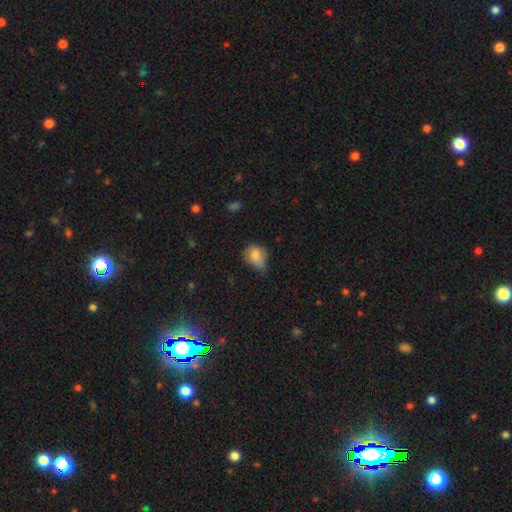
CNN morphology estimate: This appears to be a smooth galaxy with no disk features (79%) that is in between round and cigar-shaped (54%). Merging: minor disturbance (45%).